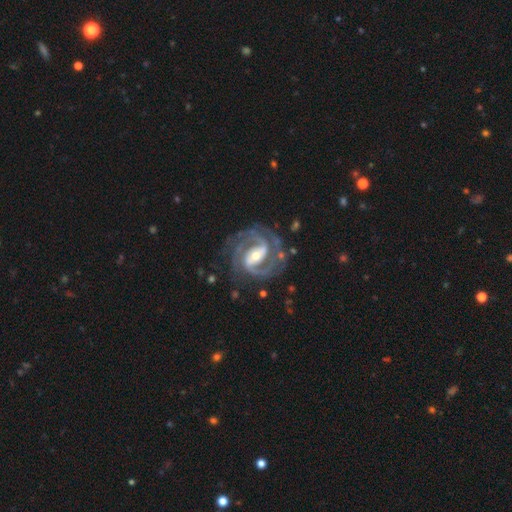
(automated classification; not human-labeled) This is clearly a featured or disk galaxy (93%). It is clearly not viewed edge-on (98%). Bar: possibly strong (46%). Spiral arm pattern: clearly yes (98%). Spiral arm count: likely 2 (66%). Spiral winding: possibly tight (51%). Central bulge: possibly moderate (52%). Merging: likely none (75%).